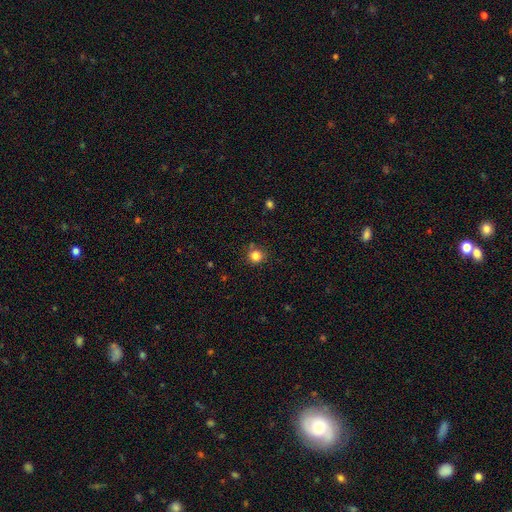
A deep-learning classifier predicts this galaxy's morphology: A smooth galaxy with no disk features (83%) that is round (92%). Merging: none (83%).